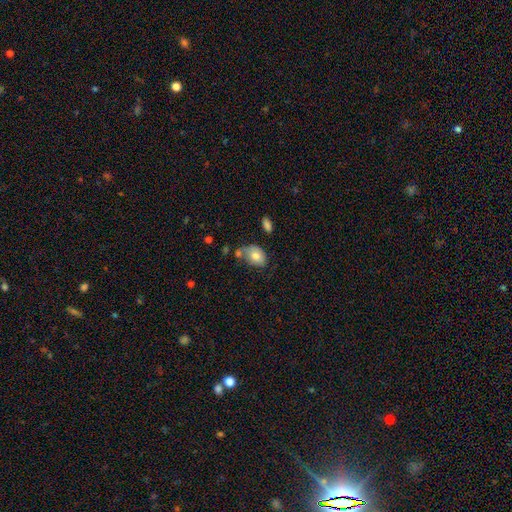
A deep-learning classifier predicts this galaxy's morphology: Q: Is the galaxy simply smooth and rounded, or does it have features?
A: smooth — 74%.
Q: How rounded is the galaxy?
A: in between — 78%.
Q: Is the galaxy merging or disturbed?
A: none — 44%.